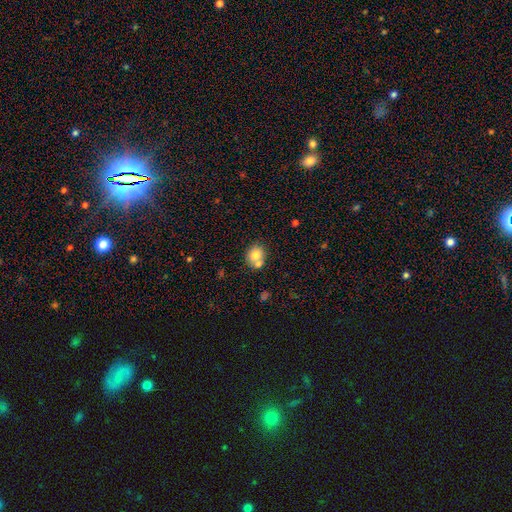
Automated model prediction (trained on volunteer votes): A smooth galaxy with no disk features (76%) that is round (62%). Merging: none (50%).